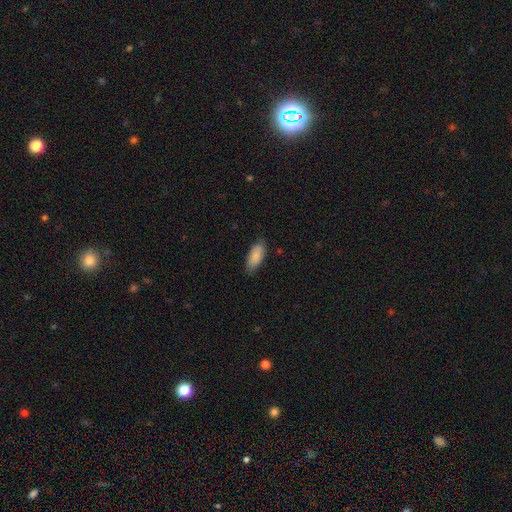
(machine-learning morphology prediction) The model was most divided on "how rounded": in between: 81%, cigar-shaped: 17%, round: 2%. More confident: smooth or featured — smooth (87%); merging — none (80%).